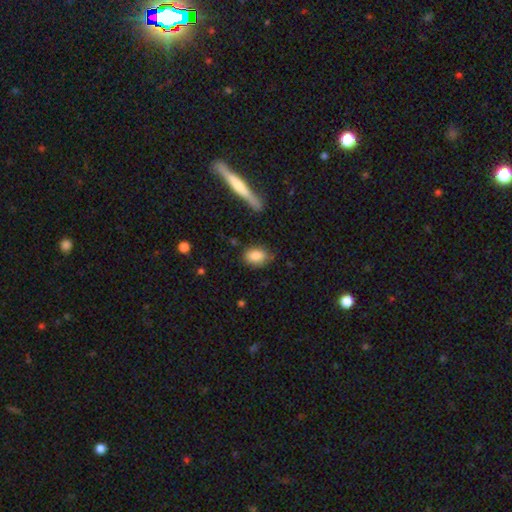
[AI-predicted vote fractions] A smooth galaxy with no disk features (86%) that is in between round and cigar-shaped (82%).

Vote fractions:
- Smooth or featured? smooth: 86% / featured or disk: 7% / star or artifact: 7%
- How rounded? in between: 82% / round: 15% / cigar-shaped: 3%
- Merging? none: 77% / minor disturbance: 16% / major disturbance: 4% / merger: 3%